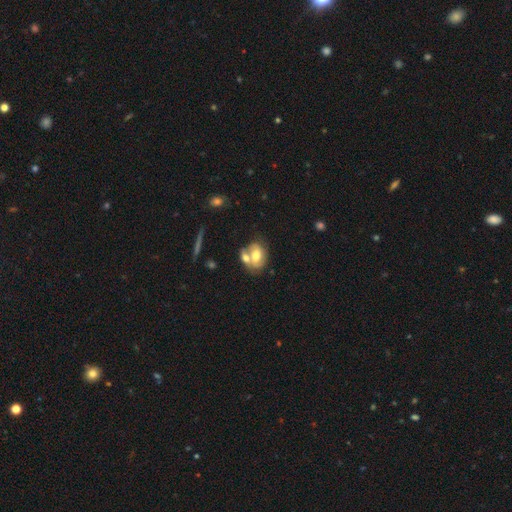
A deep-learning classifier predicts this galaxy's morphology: Smooth or featured?
  - smooth: 57% *
  - featured or disk: 35%
  - star or artifact: 8%
How rounded?
  - in between: 67% *
  - round: 31%
  - cigar-shaped: 2%
Merging?
  - merger: 49% *
  - none: 33%
  - minor disturbance: 13%
  - major disturbance: 6%